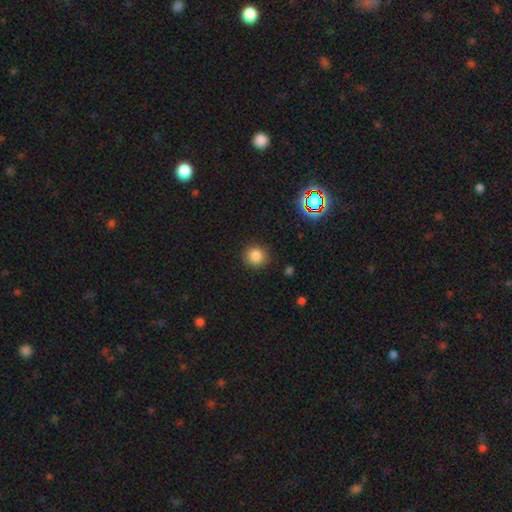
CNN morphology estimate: A smooth galaxy with no disk features (83%) that is round (91%).

Vote fractions:
- Smooth or featured? smooth: 83% / star or artifact: 13% / featured or disk: 4%
- How rounded? round: 91% / in between: 8% / cigar-shaped: 1%
- Merging? none: 88% / minor disturbance: 8% / major disturbance: 2% / merger: 1%